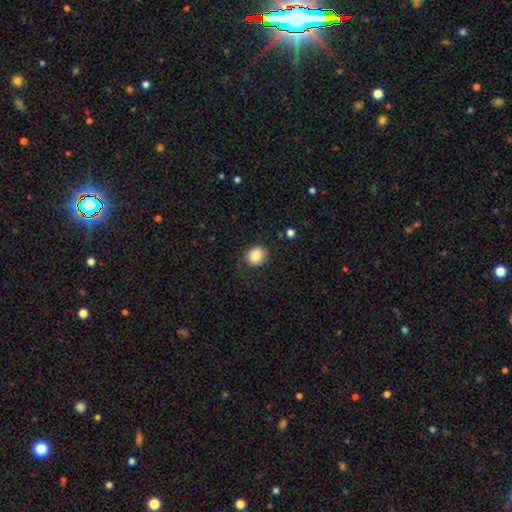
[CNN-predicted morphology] smooth 86%, star or artifact 9%, featured or disk 6%. Down the decision tree: how rounded — round (77%); merging — none (76%).